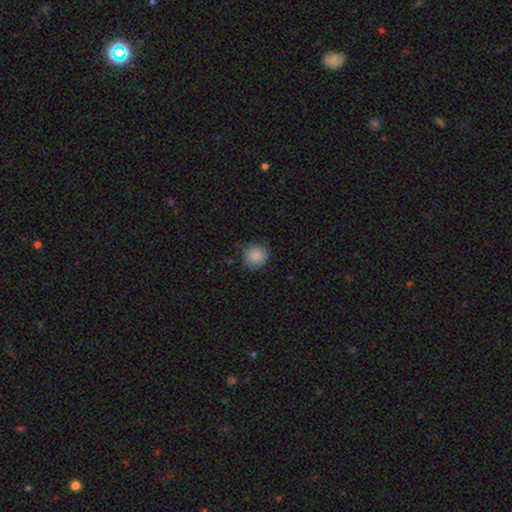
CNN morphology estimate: This is clearly a smooth galaxy (86%). How rounded: clearly round (91%). Merging: likely none (75%).